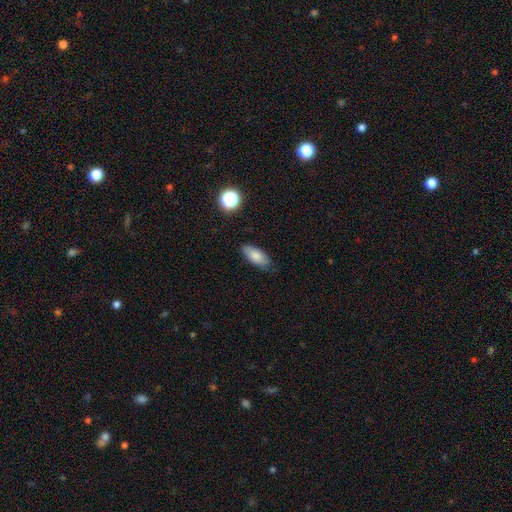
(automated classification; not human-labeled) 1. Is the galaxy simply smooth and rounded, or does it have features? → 80% smooth, 12% featured or disk, 8% star or artifact.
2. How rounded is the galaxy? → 82% in between, 15% cigar-shaped, 3% round.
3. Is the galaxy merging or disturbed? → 79% none, 16% minor disturbance, 3% major disturbance, 2% merger.